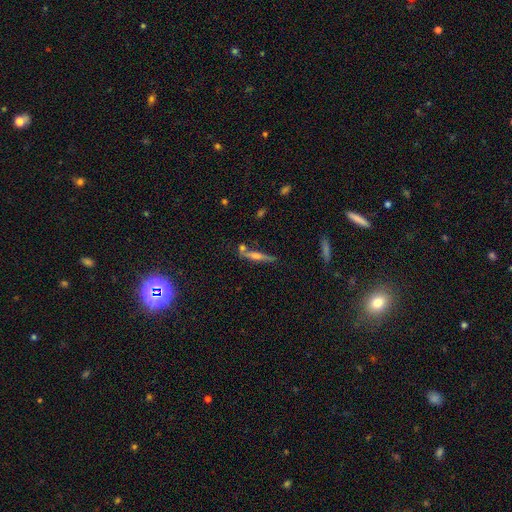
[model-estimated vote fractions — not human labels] featured or disk 61%, smooth 27%, star or artifact 11%. Down the decision tree: edge-on disk — yes (94%); edge-on bulge — rounded (84%); merging — none (71%).